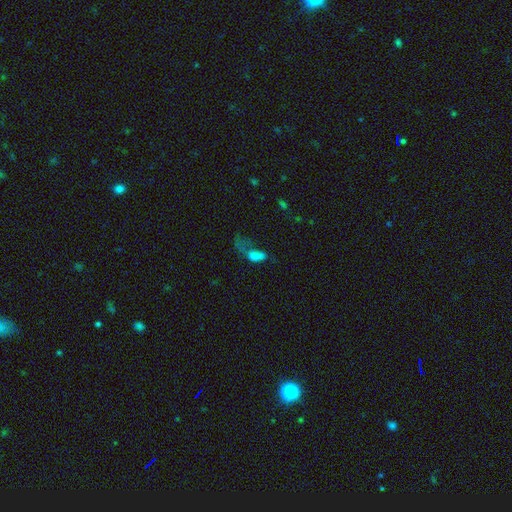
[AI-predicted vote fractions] A smooth galaxy with no disk features (65%) that is in between round and cigar-shaped (84%). Merging: major disturbance (53%).